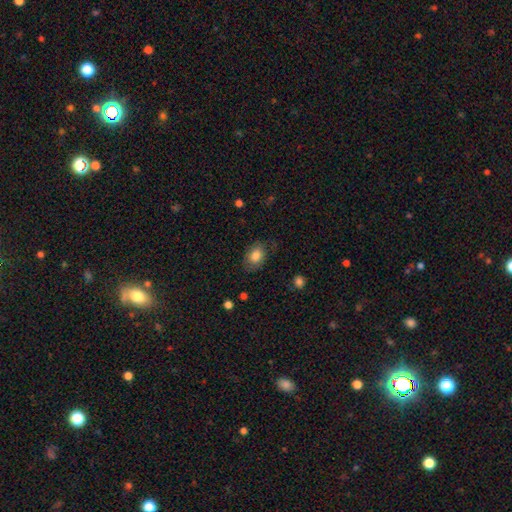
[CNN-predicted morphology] Smooth or featured? smooth (81%)
How rounded? in between (76%)
Merging? none (76%)